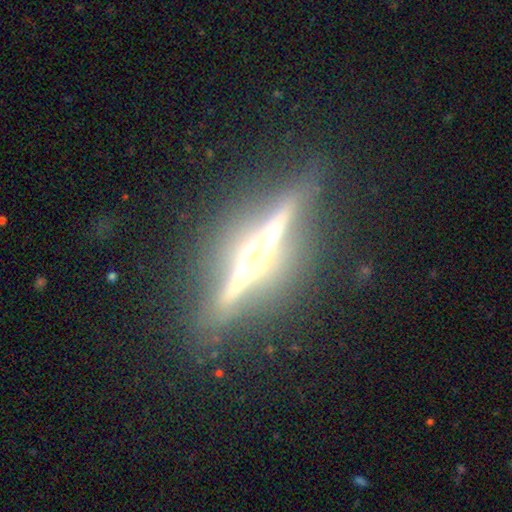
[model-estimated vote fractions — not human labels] Smooth or featured: featured or disk — 85% (smooth — 8%)
Edge-on disk: yes — 97% (no — 3%)
Edge-on bulge: rounded — 75% (boxy — 13%)
Merging: none — 87% (minor disturbance — 9%)